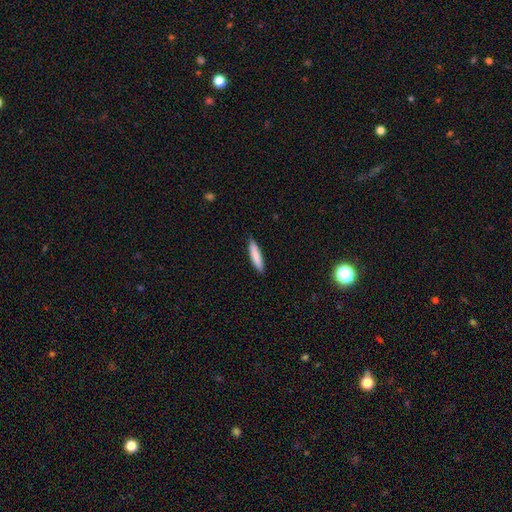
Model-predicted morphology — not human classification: Smooth or featured: smooth — 84% (featured or disk — 11%)
How rounded: cigar-shaped — 85% (in between — 14%)
Merging: none — 89% (minor disturbance — 9%)